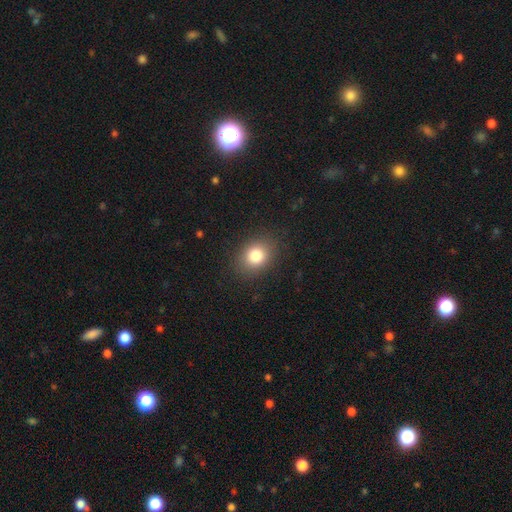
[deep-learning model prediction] Smooth or featured? smooth (81%)
How rounded? in between (52%)
Merging? none (87%)